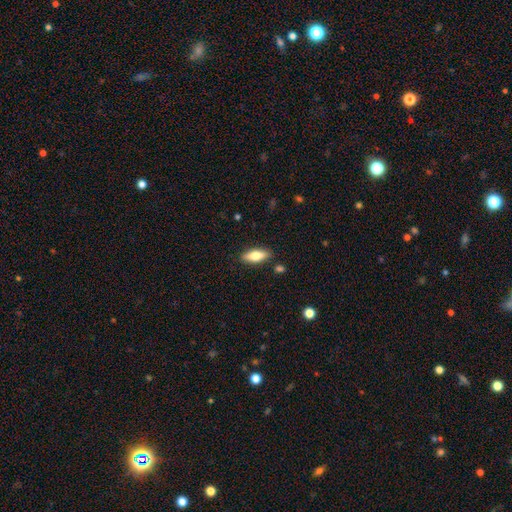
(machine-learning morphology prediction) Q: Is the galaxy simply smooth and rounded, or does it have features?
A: smooth — 73%.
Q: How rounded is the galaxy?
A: in between — 71%.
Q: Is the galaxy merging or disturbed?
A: none — 86%.